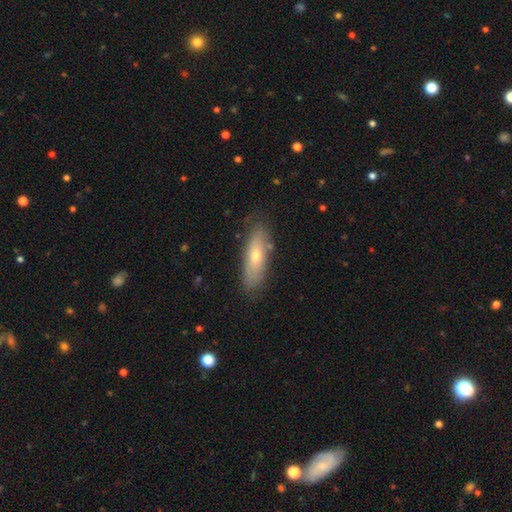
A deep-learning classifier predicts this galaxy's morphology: Q: Smooth or featured?
A: smooth (53%); runner-up: featured or disk (39%)
Q: How rounded?
A: in between (50%); runner-up: cigar-shaped (48%)
Q: Merging?
A: none (80%); runner-up: minor disturbance (15%)